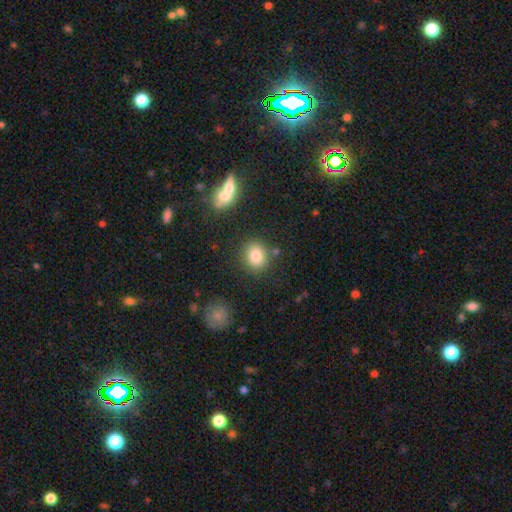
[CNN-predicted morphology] The model was most divided on "how rounded": round: 70%, in between: 28%, cigar-shaped: 1%. More confident: smooth or featured — smooth (83%); merging — none (82%).